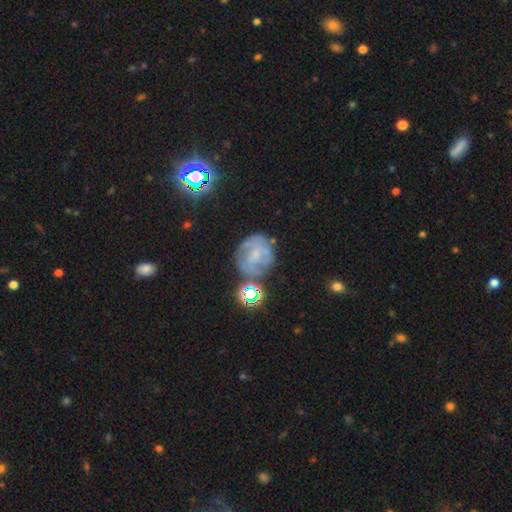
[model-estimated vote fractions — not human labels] Overall: featured or disk (56%; smooth 28%). Edge-on disk: no (97%). Bar: no (57%; weak 34%). Spiral arms: yes (62%; no 38%). Bulge size: small (52%; none 26%). Merging: none (58%; minor disturbance 21%).